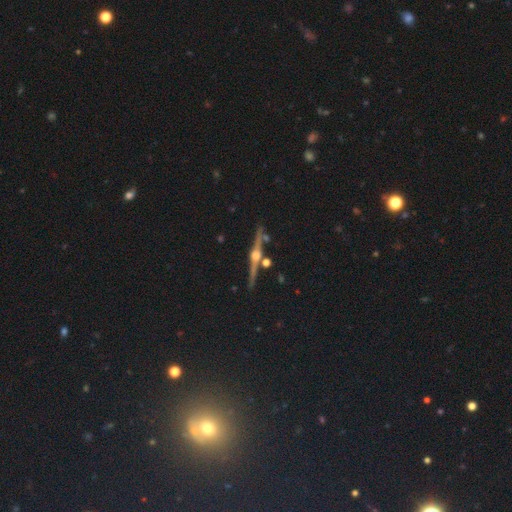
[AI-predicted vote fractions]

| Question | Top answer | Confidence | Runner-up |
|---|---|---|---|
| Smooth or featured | featured or disk | 86% | star or artifact (7%) |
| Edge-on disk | yes | 98% | no (2%) |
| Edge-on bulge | rounded | 93% | boxy (4%) |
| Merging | none | 86% | minor disturbance (8%) |